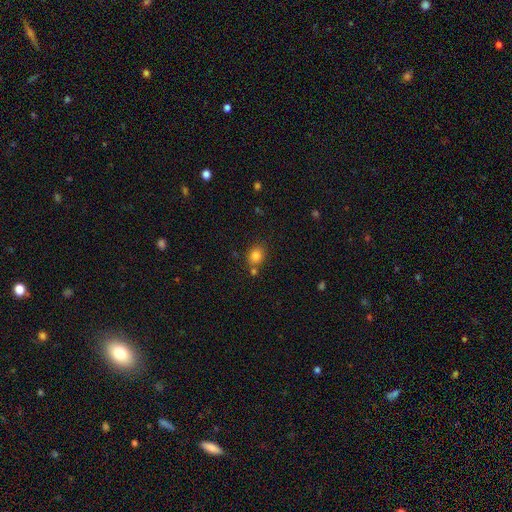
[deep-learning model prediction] Q: Smooth or featured?
A: smooth (83%); runner-up: star or artifact (11%)
Q: How rounded?
A: round (59%); runner-up: in between (40%)
Q: Merging?
A: none (71%); runner-up: merger (13%)